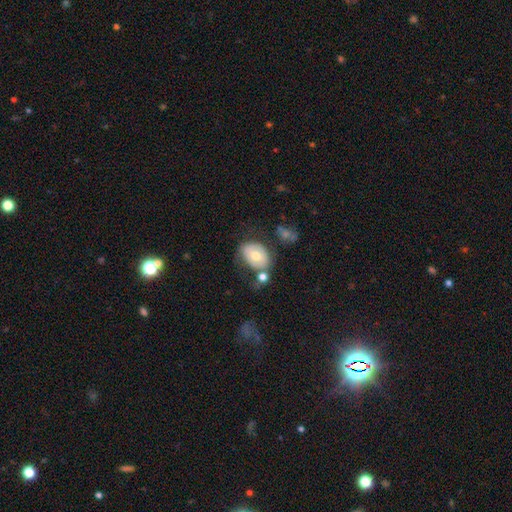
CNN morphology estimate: A smooth galaxy with no disk features (63%) that is in between round and cigar-shaped (74%). Merging: none (49%).